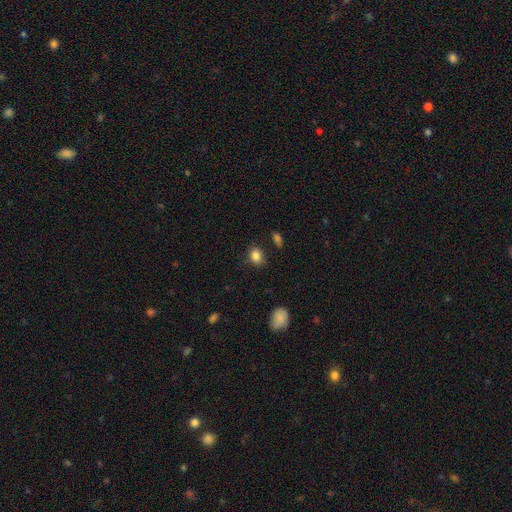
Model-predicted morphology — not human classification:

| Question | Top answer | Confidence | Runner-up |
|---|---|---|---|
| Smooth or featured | smooth | 85% | star or artifact (10%) |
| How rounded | in between | 67% | round (32%) |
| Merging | none | 81% | minor disturbance (13%) |